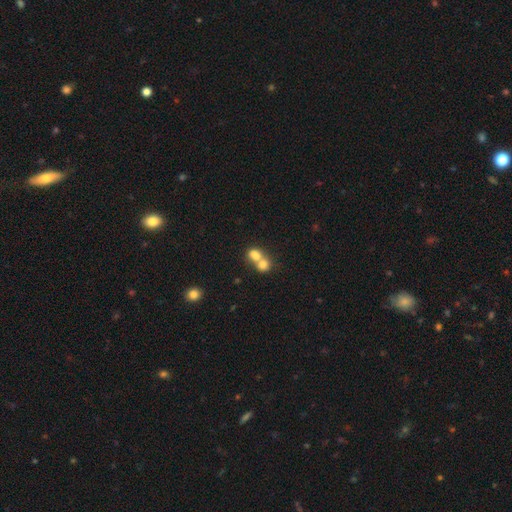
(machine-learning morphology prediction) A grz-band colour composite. It shows a smooth galaxy with no disk features (73%) that is round (62%). Merging: merger (70%).